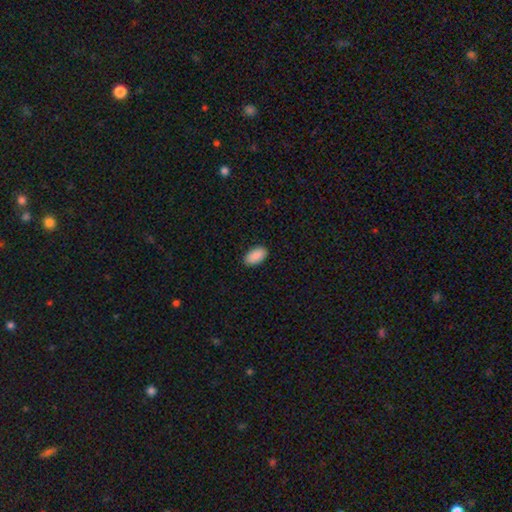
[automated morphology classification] smooth-or-featured: smooth: 90% | star or artifact: 7% | featured or disk: 3%
  how-rounded: in between: 95% | round: 3% | cigar-shaped: 2%
  merging: none: 89% | minor disturbance: 8% | major disturbance: 2% | merger: 1%